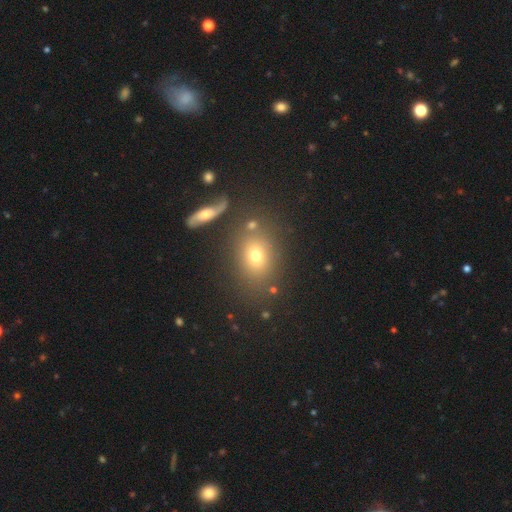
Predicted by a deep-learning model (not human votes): Q: Smooth or featured?
A: smooth (68%); runner-up: star or artifact (17%)
Q: How rounded?
A: in between (57%); runner-up: round (41%)
Q: Merging?
A: none (75%); runner-up: minor disturbance (12%)